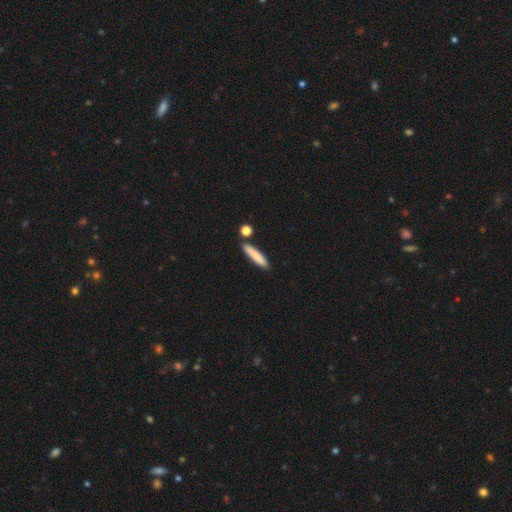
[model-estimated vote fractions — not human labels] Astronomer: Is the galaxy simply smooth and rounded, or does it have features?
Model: smooth — 81%.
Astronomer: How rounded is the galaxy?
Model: cigar-shaped — 85%.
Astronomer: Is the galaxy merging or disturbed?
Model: none — 81%.